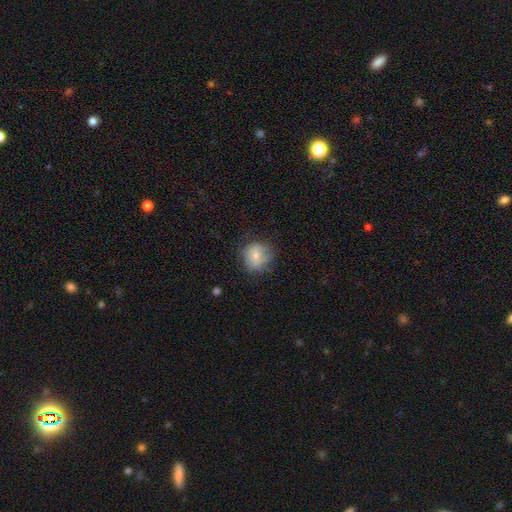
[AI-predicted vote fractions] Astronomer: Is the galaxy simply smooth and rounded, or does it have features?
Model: smooth — 69%.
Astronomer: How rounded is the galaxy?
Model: round — 78%.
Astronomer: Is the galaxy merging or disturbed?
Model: none — 61%.